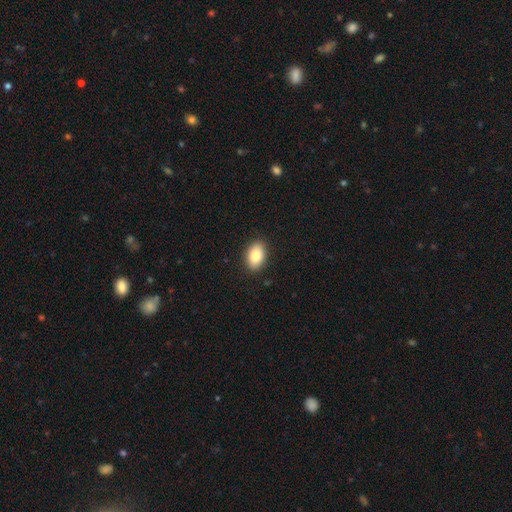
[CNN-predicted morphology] Smooth or featured?
  - smooth: 86% *
  - star or artifact: 7%
  - featured or disk: 7%
How rounded?
  - in between: 90% *
  - round: 9%
  - cigar-shaped: 1%
Merging?
  - none: 89% *
  - minor disturbance: 8%
  - major disturbance: 2%
  - merger: 1%